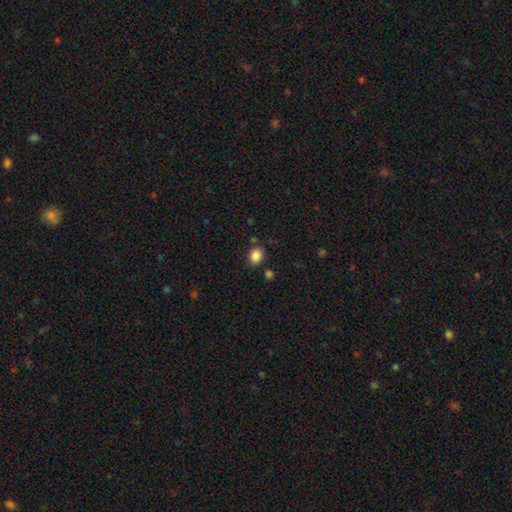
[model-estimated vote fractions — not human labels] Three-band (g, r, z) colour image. It shows a smooth galaxy with no disk features (87%) that is round (51%). Merging: none (81%).